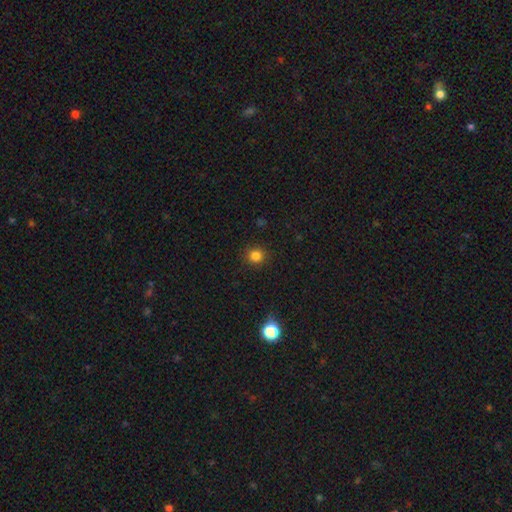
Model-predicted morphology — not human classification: smooth-or-featured: smooth: 82% | star or artifact: 14% | featured or disk: 4%
  how-rounded: round: 92% | in between: 8% | cigar-shaped: 1%
  merging: none: 90% | minor disturbance: 6% | major disturbance: 2% | merger: 1%